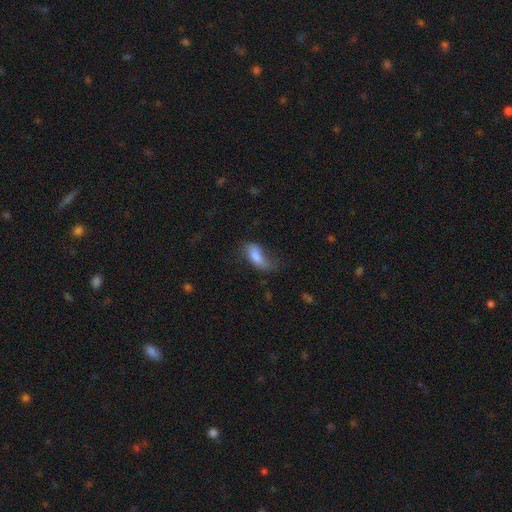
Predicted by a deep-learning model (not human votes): smooth_or_featured: smooth (p=0.70) [alt: featured or disk p=0.22]
how_rounded: in between (p=0.85) [alt: cigar-shaped p=0.12]
merging: none (p=0.40) [alt: minor disturbance p=0.33]